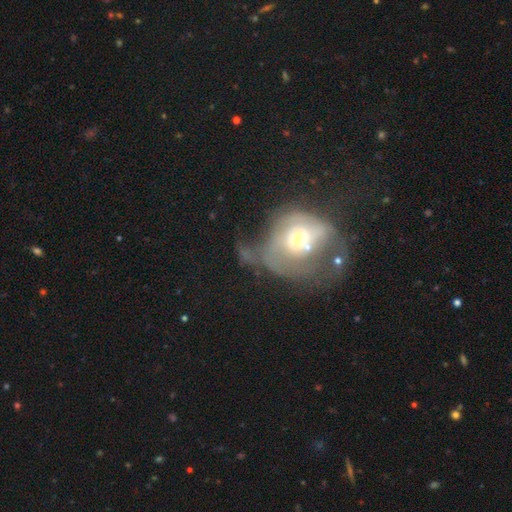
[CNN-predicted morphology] type=featured or disk (57%); edge-on=no (95%); bar=no (81%); spiral arms=no (57%); bulge=moderate (54%); merging=major disturbance (45%).